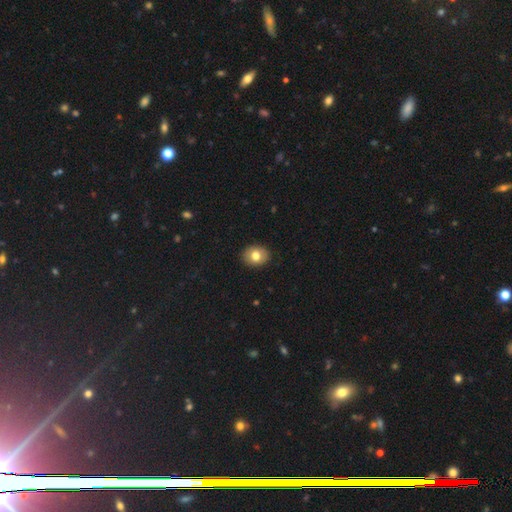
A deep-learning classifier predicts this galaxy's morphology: Smooth or featured? Predicted: smooth (p=0.77). How rounded? Predicted: round (p=0.54). Merging? Predicted: none (p=0.90).